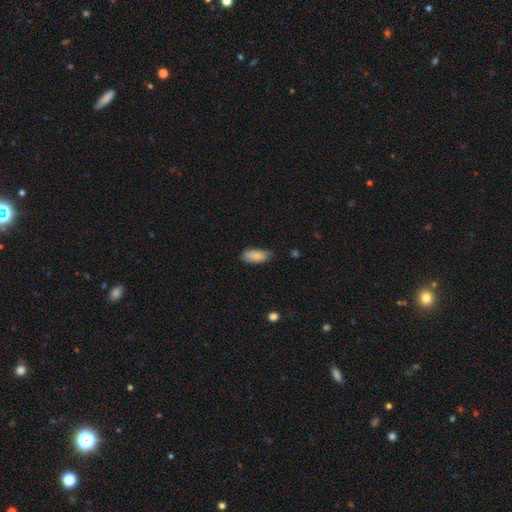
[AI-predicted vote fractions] This is clearly a smooth galaxy (87%). How rounded: clearly in between (83%). Merging: likely none (71%).